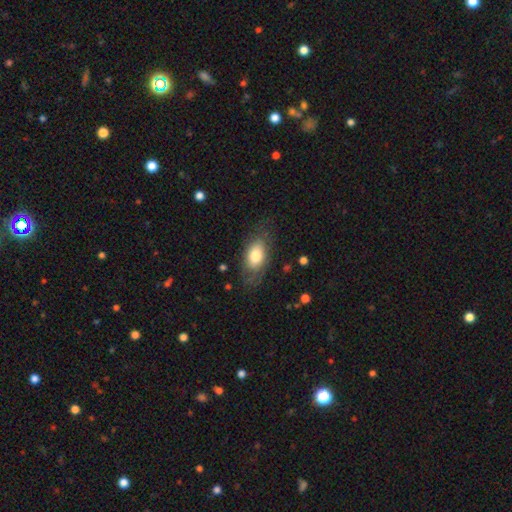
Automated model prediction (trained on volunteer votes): Smooth or featured?
  - smooth: 65% *
  - featured or disk: 29%
  - star or artifact: 7%
How rounded?
  - in between: 90% *
  - round: 6%
  - cigar-shaped: 4%
Merging?
  - none: 66% *
  - minor disturbance: 22%
  - major disturbance: 12%
  - merger: 1%